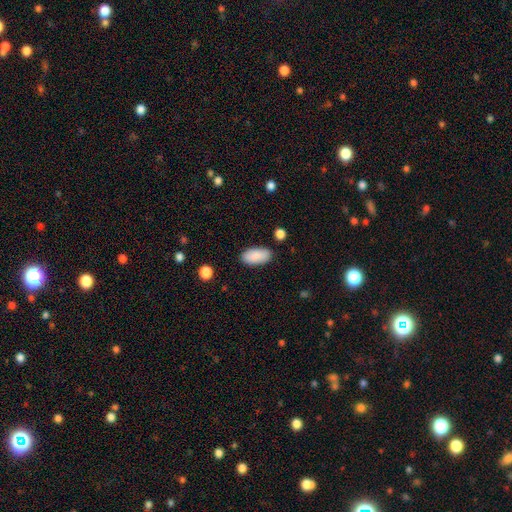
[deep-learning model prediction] Morphology: type=smooth (90%); roundness=in between (94%); merging=none (86%).